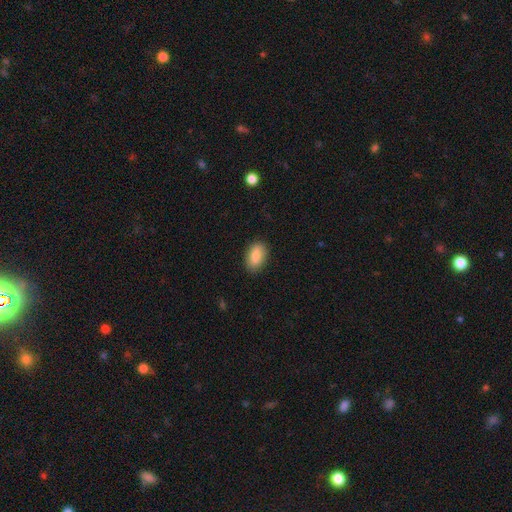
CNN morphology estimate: Smooth or featured: smooth — 85% (featured or disk — 8%)
How rounded: in between — 92% (round — 6%)
Merging: none — 85% (minor disturbance — 12%)